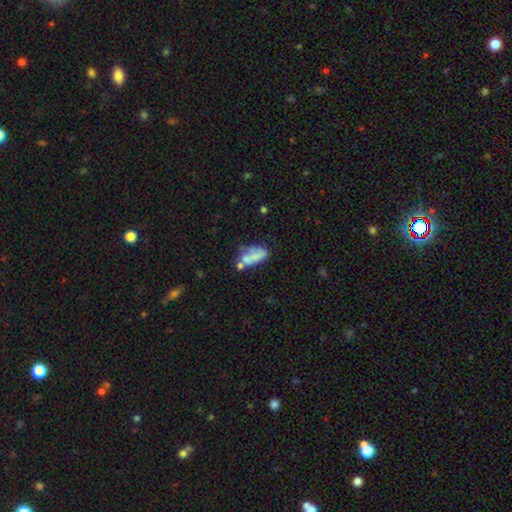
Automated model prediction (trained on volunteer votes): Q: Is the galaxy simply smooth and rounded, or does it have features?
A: smooth — 55%.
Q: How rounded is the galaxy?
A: in between — 82%.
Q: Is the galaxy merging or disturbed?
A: none — 30%.